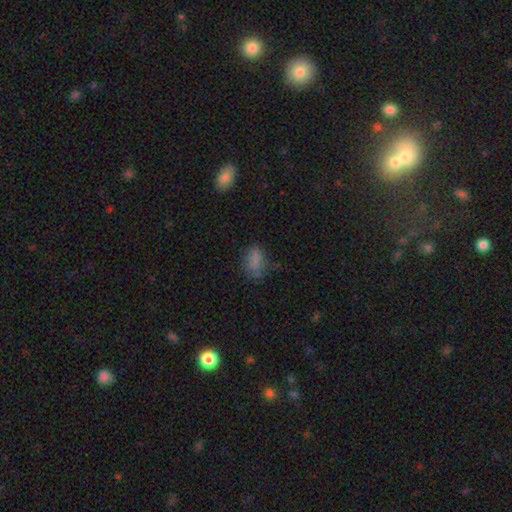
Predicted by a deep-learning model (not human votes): smooth 76%, star or artifact 16%, featured or disk 9%. Down the decision tree: how rounded — in between (86%); merging — none (61%).